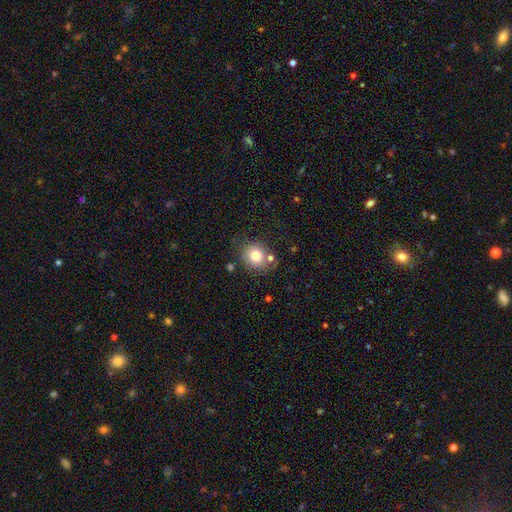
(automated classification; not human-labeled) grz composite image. It shows a smooth galaxy with no disk features (78%) that is round (76%). Merging: none (74%).